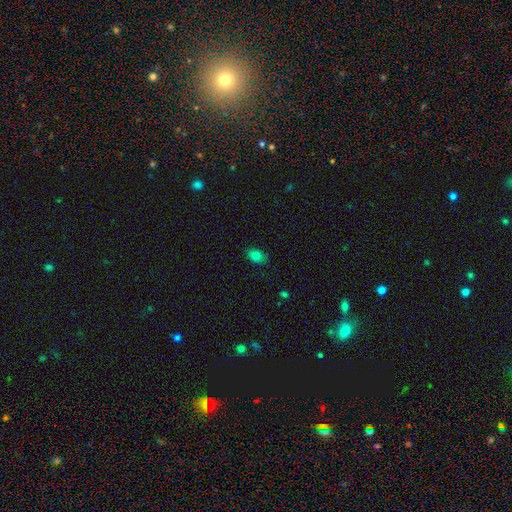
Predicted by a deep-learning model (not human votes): A smooth galaxy with no disk features (78%) that is in between round and cigar-shaped (80%).

Vote fractions:
- Smooth or featured? smooth: 78% / star or artifact: 12% / featured or disk: 10%
- How rounded? in between: 80% / round: 18% / cigar-shaped: 2%
- Merging? none: 84% / minor disturbance: 13% / major disturbance: 2% / merger: 1%